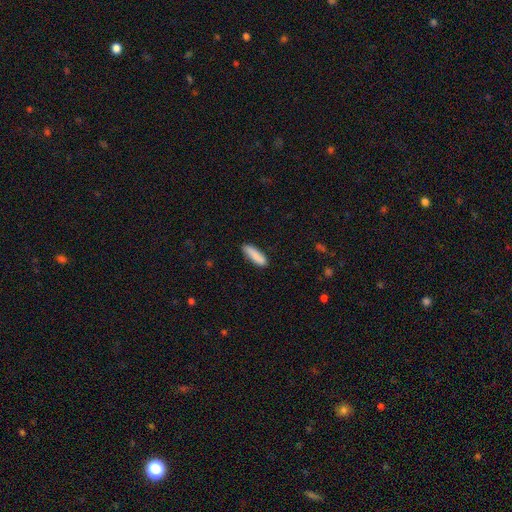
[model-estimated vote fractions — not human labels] Smooth or featured? Predicted: smooth (p=0.88). How rounded? Predicted: cigar-shaped (p=0.60). Merging? Predicted: none (p=0.84).